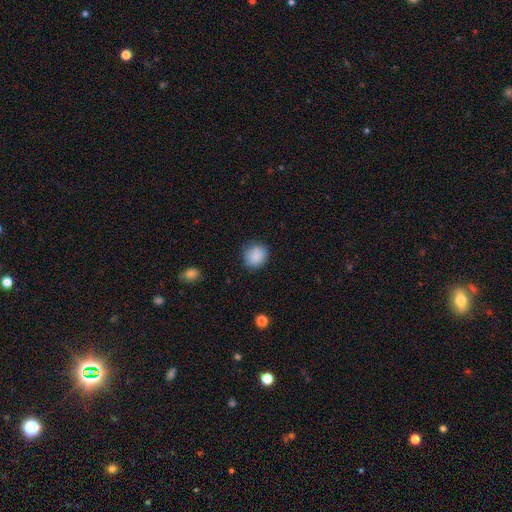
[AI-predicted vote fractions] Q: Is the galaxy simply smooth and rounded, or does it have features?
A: smooth — 89%.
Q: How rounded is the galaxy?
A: round — 75%.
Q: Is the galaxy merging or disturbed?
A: none — 86%.